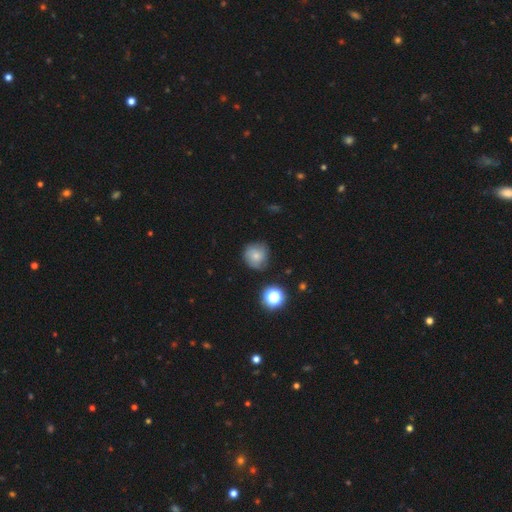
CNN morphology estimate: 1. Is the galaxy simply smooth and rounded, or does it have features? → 71% smooth, 16% featured or disk, 13% star or artifact.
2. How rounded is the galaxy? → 90% round, 9% in between, 1% cigar-shaped.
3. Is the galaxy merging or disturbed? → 72% none, 20% minor disturbance, 5% major disturbance, 3% merger.